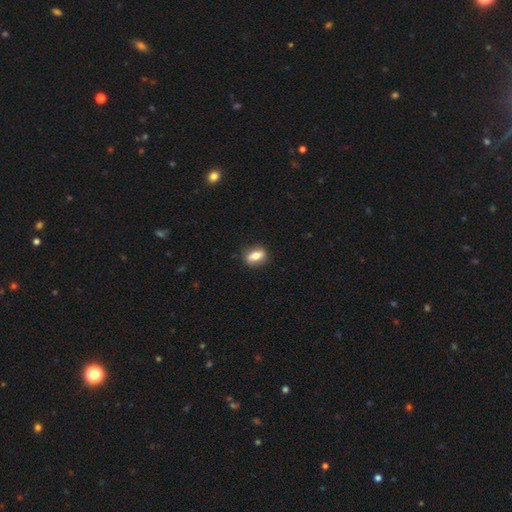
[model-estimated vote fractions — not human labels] Smooth or featured? smooth (71%)
How rounded? in between (71%)
Merging? none (84%)